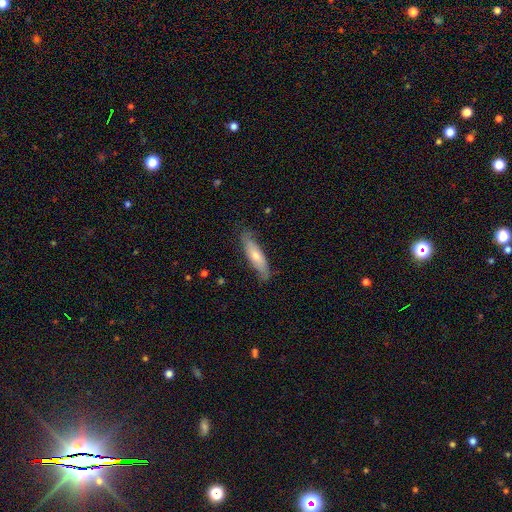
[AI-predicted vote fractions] Morphology: type=smooth (52%); roundness=cigar-shaped (69%); merging=none (78%).